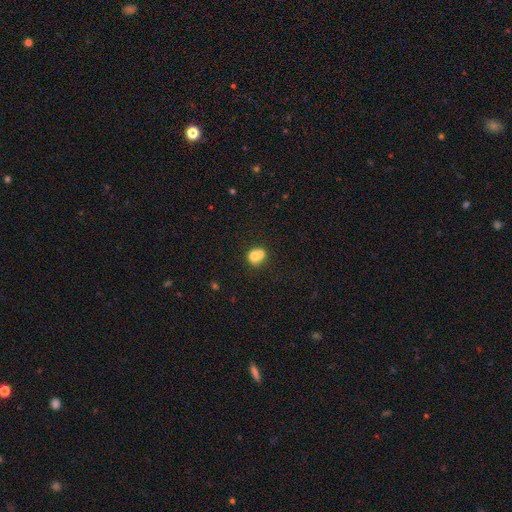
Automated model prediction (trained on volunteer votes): Q: Smooth or featured?
A: smooth (73%); runner-up: featured or disk (17%)
Q: How rounded?
A: round (62%); runner-up: in between (37%)
Q: Merging?
A: merger (43%); runner-up: none (36%)